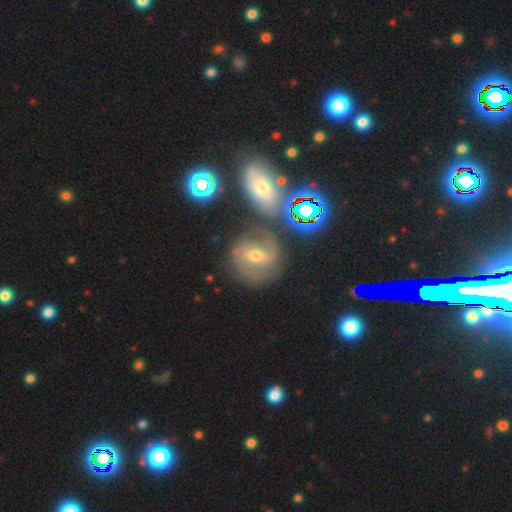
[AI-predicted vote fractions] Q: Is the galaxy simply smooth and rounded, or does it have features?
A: featured or disk — 54%.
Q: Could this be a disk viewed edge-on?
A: no — 94%.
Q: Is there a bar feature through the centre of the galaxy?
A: weak — 47%.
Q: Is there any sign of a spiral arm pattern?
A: yes — 75%.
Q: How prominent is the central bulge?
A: moderate — 64%.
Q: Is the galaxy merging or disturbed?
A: none — 66%.